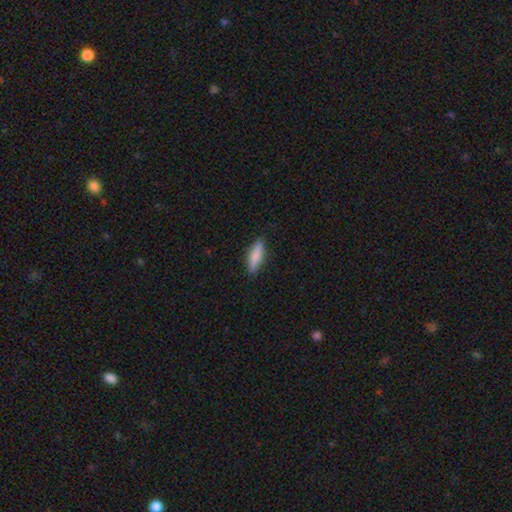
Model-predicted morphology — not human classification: A smooth galaxy with no disk features (77%) that is cigar-shaped (66%).

Vote fractions:
- Smooth or featured? smooth: 77% / featured or disk: 17% / star or artifact: 6%
- How rounded? cigar-shaped: 66% / in between: 32% / round: 2%
- Merging? none: 87% / minor disturbance: 10% / major disturbance: 2% / merger: 1%